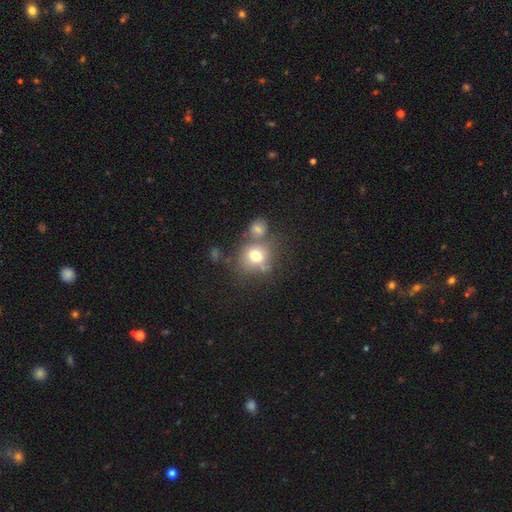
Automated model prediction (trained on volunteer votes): smooth_or_featured: smooth (p=0.71) [alt: featured or disk p=0.15]
how_rounded: round (p=0.79) [alt: in between p=0.20]
merging: none (p=0.54) [alt: merger p=0.28]